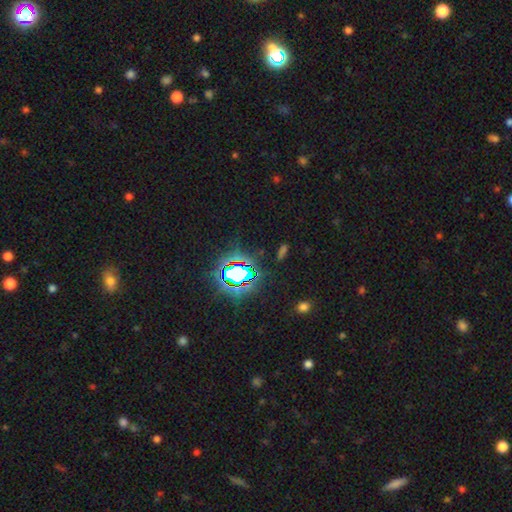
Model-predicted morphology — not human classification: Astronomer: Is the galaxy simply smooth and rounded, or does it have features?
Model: star or artifact — 79%.